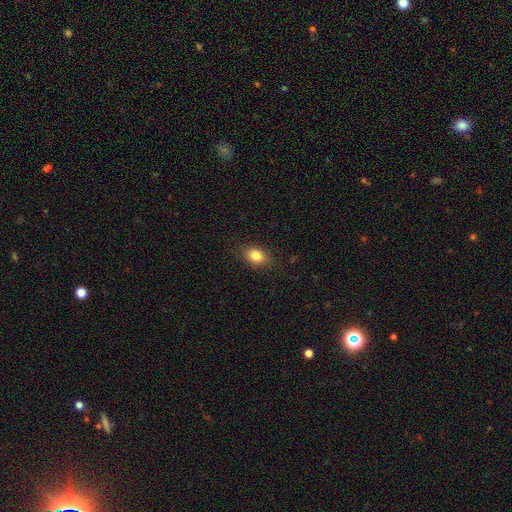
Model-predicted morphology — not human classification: smooth_or_featured: smooth (p=0.83) [alt: star or artifact p=0.09]
how_rounded: in between (p=0.73) [alt: round p=0.25]
merging: none (p=0.84) [alt: minor disturbance p=0.11]